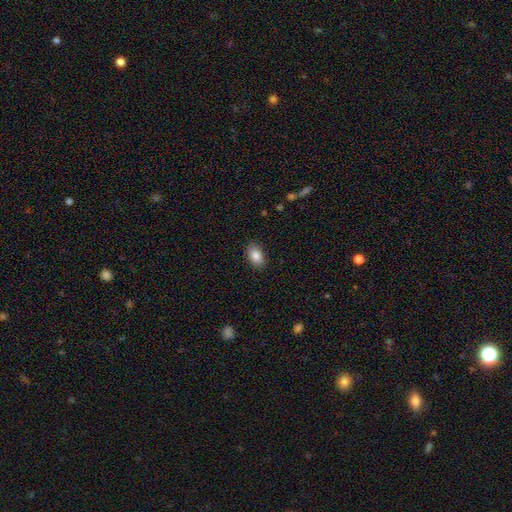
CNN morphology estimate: This is clearly a smooth galaxy (85%). How rounded: clearly in between (90%). Merging: clearly none (88%).